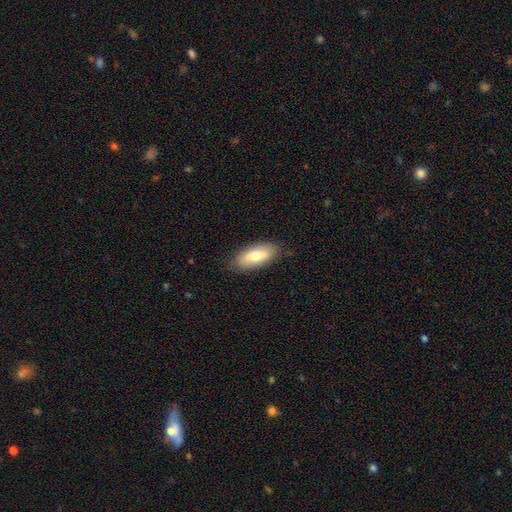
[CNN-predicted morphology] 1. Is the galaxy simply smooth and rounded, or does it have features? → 72% smooth, 22% featured or disk, 6% star or artifact.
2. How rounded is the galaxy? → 84% in between, 14% cigar-shaped, 2% round.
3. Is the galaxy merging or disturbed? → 86% none, 11% minor disturbance, 2% major disturbance, 1% merger.